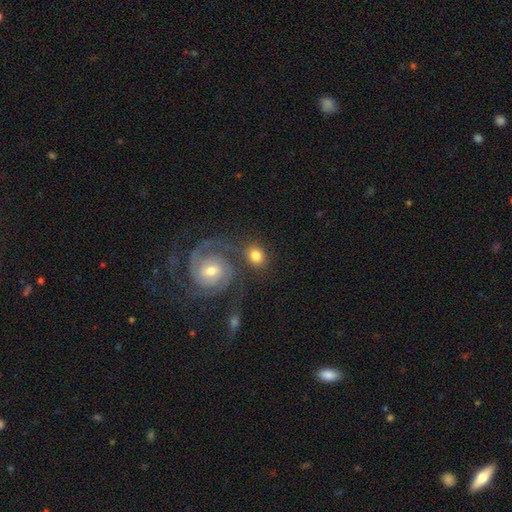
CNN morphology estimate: This appears to be a smooth galaxy with no disk features (69%) that is round (69%). Merging: none (66%).